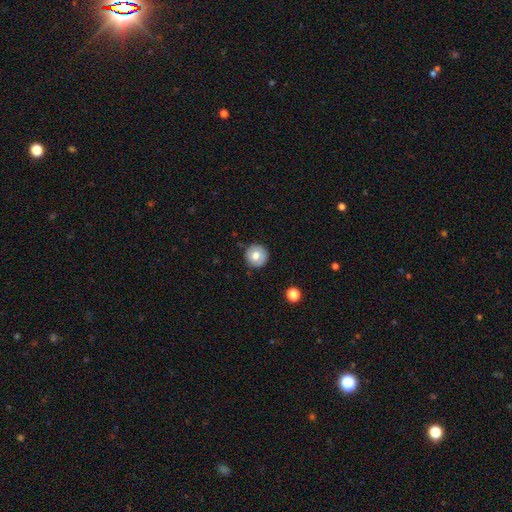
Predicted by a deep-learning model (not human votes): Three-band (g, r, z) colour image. It shows a smooth galaxy with no disk features (72%) that is round (94%). Merging: none (87%).